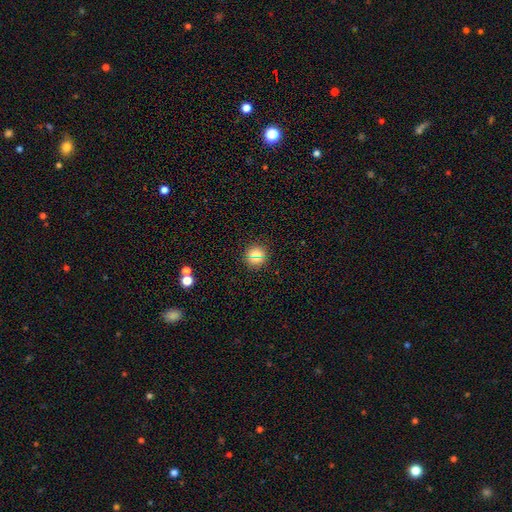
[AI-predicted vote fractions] smooth 71%, star or artifact 20%, featured or disk 9%. Down the decision tree: how rounded — round (92%); merging — none (89%).